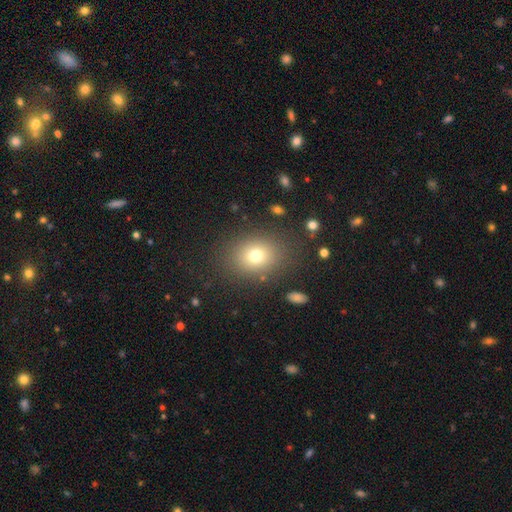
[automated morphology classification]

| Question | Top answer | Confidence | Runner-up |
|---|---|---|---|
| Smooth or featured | smooth | 73% | star or artifact (15%) |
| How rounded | round | 52% | in between (47%) |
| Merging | none | 83% | minor disturbance (10%) |